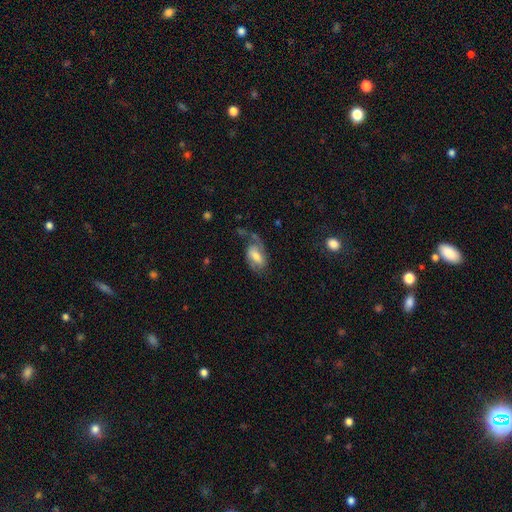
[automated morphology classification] Overall: featured or disk (62%; smooth 30%). Edge-on disk: no (95%). Bar: weak (46%; strong 29%). Spiral arms: yes (86%). Spiral arm count: 2 (61%; 1 29%). Spiral winding: loose (42%; medium 40%). Bulge size: moderate (48%; small 22%). Merging: none (42%; major disturbance 32%).